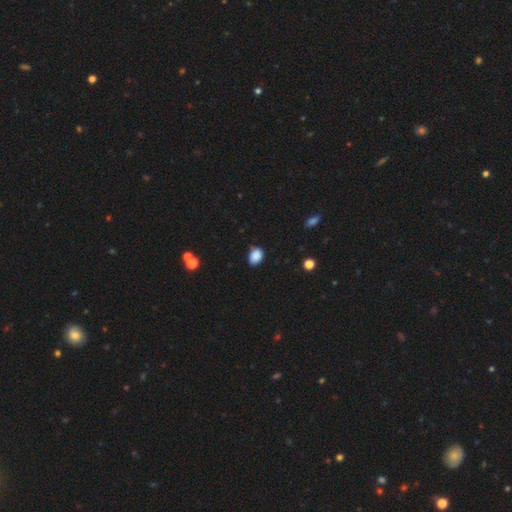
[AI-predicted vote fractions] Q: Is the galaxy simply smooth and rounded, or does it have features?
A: smooth — 87%.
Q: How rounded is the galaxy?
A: in between — 65%.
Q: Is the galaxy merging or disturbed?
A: none — 79%.